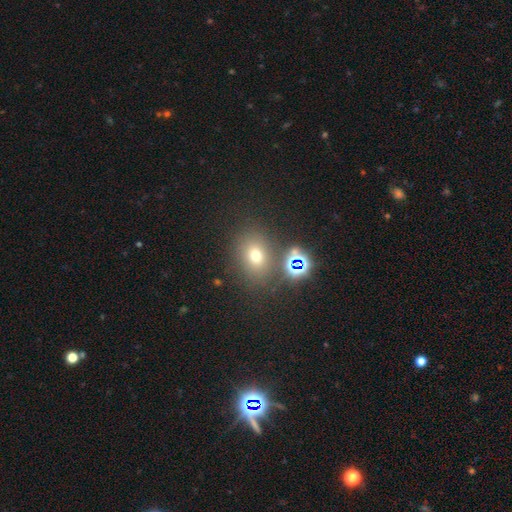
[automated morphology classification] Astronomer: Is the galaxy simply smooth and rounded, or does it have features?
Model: smooth — 64%.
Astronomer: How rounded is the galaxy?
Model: round — 52% (runner-up: in between, 47%).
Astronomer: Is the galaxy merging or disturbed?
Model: none — 78%.